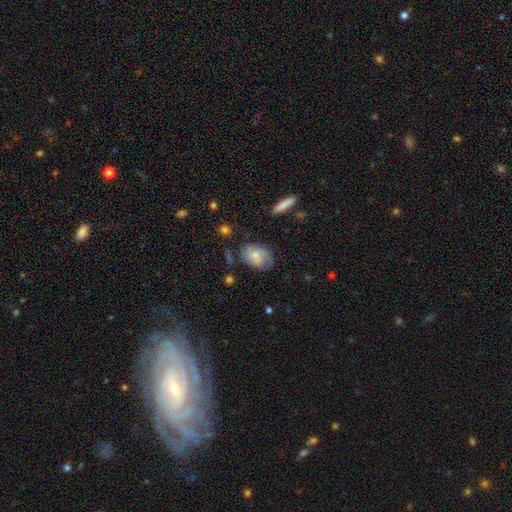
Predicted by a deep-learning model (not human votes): Q: Smooth or featured?
A: smooth (67%); runner-up: featured or disk (26%)
Q: How rounded?
A: in between (81%); runner-up: round (17%)
Q: Merging?
A: none (64%); runner-up: minor disturbance (25%)